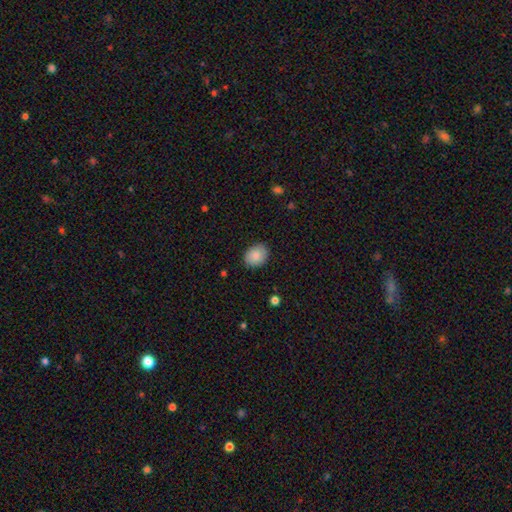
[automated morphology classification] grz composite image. It shows a smooth galaxy with no disk features (86%) that is in between round and cigar-shaped (64%). Merging: none (86%).